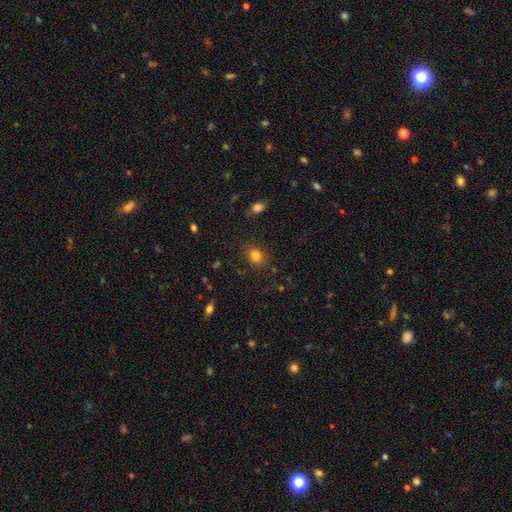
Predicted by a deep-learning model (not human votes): smooth-or-featured: smooth: 81% | star or artifact: 12% | featured or disk: 7%
  how-rounded: in between: 54% | round: 44% | cigar-shaped: 1%
  merging: none: 83% | minor disturbance: 11% | major disturbance: 4% | merger: 2%